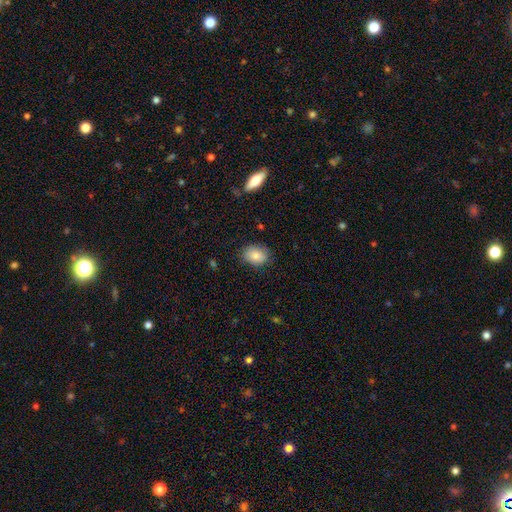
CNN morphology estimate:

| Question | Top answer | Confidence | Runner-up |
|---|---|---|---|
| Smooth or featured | smooth | 81% | featured or disk (11%) |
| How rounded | in between | 60% | round (39%) |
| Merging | none | 80% | minor disturbance (16%) |